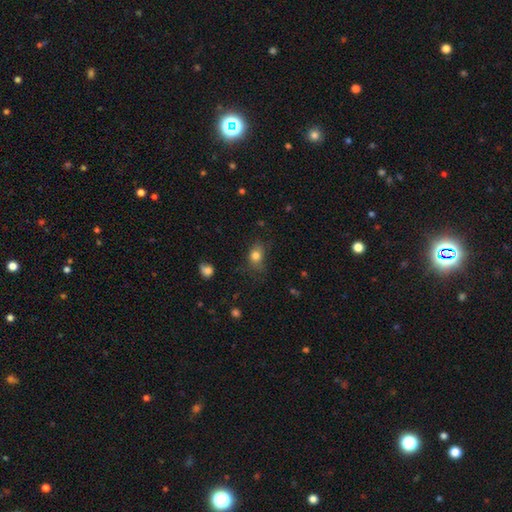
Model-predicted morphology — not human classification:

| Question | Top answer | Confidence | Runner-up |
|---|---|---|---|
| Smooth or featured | smooth | 80% | star or artifact (11%) |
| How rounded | in between | 61% | round (37%) |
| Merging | none | 62% | minor disturbance (26%) |